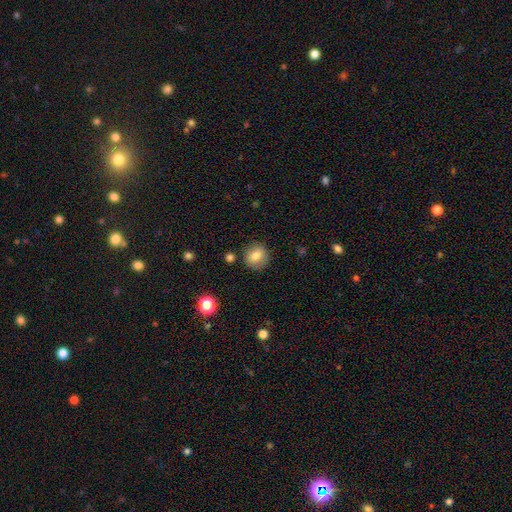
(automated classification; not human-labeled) Morphology: type=smooth (79%); roundness=round (86%); merging=none (86%).